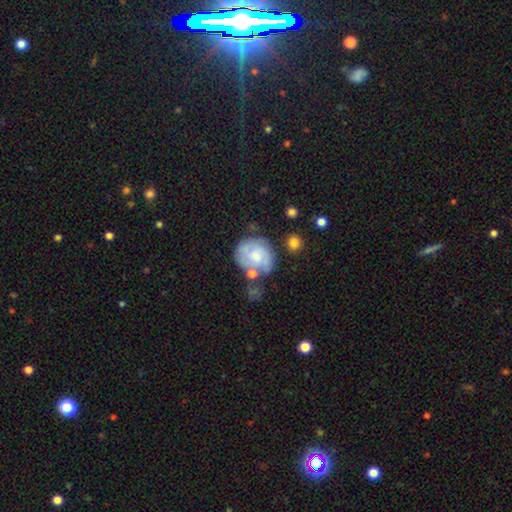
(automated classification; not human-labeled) Smooth or featured? featured or disk (53%)
Edge-on disk? no (98%)
Bar? no (68%)
Spiral arms? yes (70%)
Bulge size? moderate (48%)
Merging? none (49%)